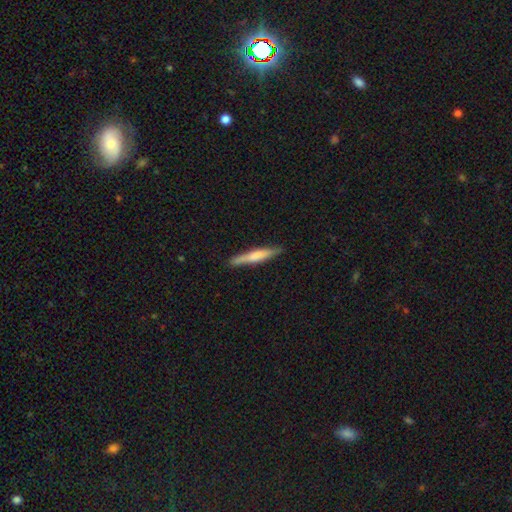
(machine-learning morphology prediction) Overall: smooth (57%; featured or disk 38%). How rounded: cigar-shaped (93%). Merging: none (87%).